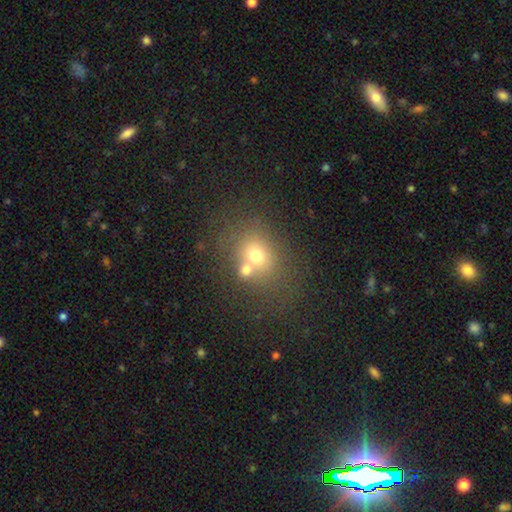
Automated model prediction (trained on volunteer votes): A smooth galaxy with no disk features (66%) that is round (61%).

Vote fractions:
- Smooth or featured? smooth: 66% / featured or disk: 18% / star or artifact: 17%
- How rounded? round: 61% / in between: 38% / cigar-shaped: 1%
- Merging? none: 49% / merger: 35% / minor disturbance: 11% / major disturbance: 5%